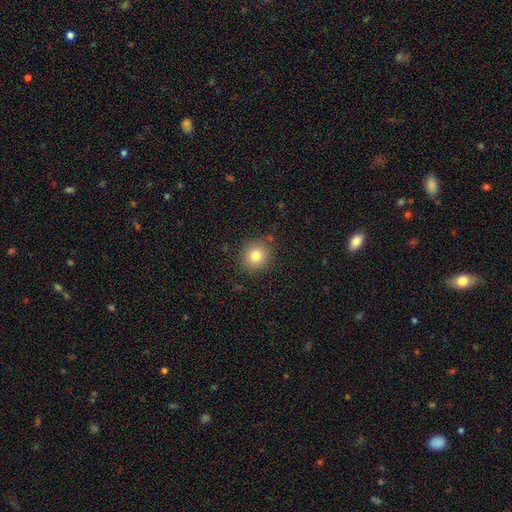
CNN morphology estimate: Smooth or featured: smooth — 80% (star or artifact — 11%)
How rounded: round — 88% (in between — 11%)
Merging: none — 86% (minor disturbance — 9%)